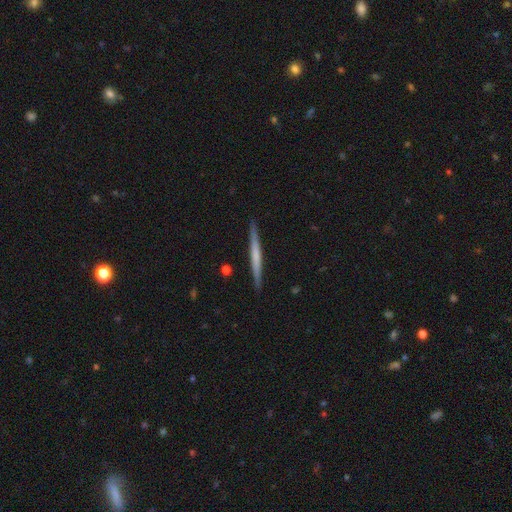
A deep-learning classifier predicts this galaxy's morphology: type=featured or disk (53%); edge-on=yes (98%); edge-on bulge=none (74%); merging=none (91%).